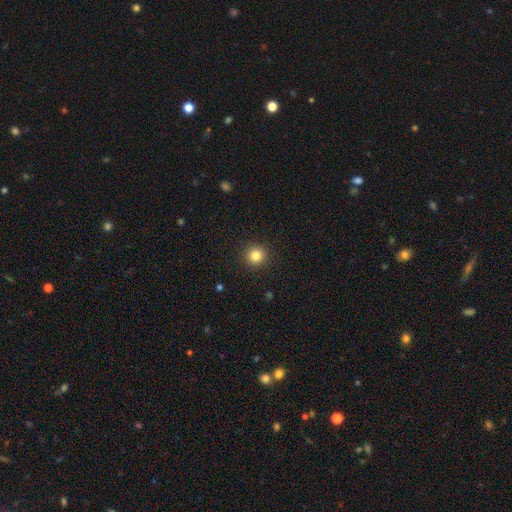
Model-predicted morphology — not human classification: The model was most divided on "smooth or featured": smooth: 83%, star or artifact: 12%, featured or disk: 5%. More confident: how rounded — round (93%); merging — none (92%).